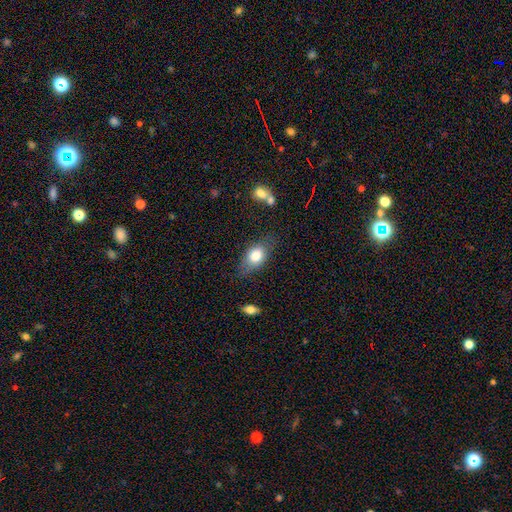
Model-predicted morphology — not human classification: smooth_or_featured: smooth (p=0.77) [alt: featured or disk p=0.16]
how_rounded: in between (p=0.85) [alt: round p=0.11]
merging: none (p=0.67) [alt: minor disturbance p=0.23]